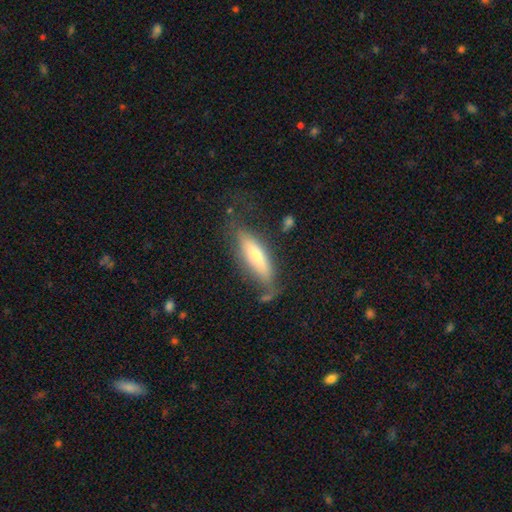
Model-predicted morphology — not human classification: A smooth galaxy with no disk features (62%) that is cigar-shaped (53%). Merging: none (60%).